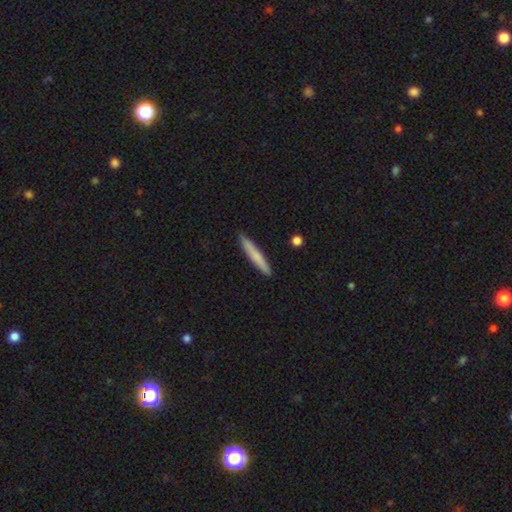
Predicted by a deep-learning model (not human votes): Morphology: type=smooth (72%); roundness=cigar-shaped (95%); merging=none (91%).